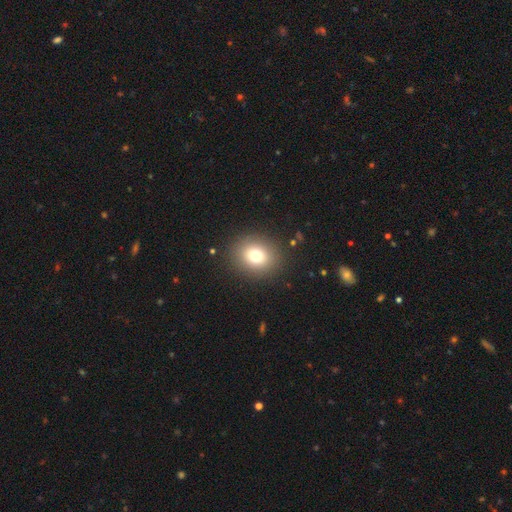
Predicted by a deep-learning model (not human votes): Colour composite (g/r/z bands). It shows a smooth galaxy with no disk features (76%) that is round (71%). Merging: none (89%).